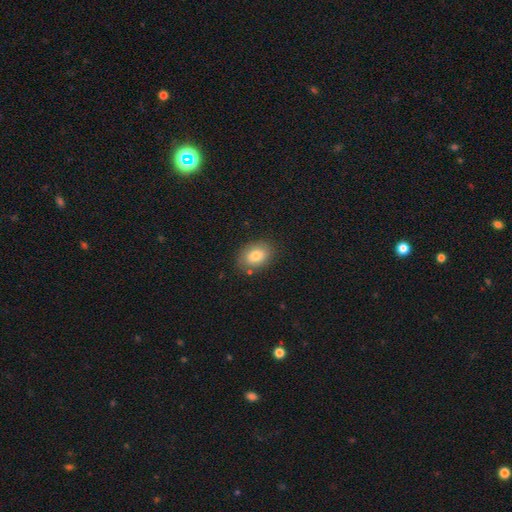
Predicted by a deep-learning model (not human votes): The model was most divided on "how rounded": in between: 76%, round: 23%, cigar-shaped: 1%. More confident: smooth or featured — smooth (82%); merging — none (81%).